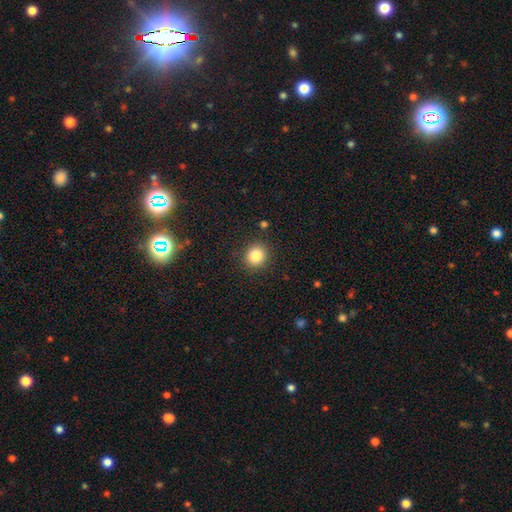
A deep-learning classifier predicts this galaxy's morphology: Q: Smooth or featured?
A: smooth (84%); runner-up: star or artifact (11%)
Q: How rounded?
A: round (88%); runner-up: in between (11%)
Q: Merging?
A: none (89%); runner-up: minor disturbance (7%)